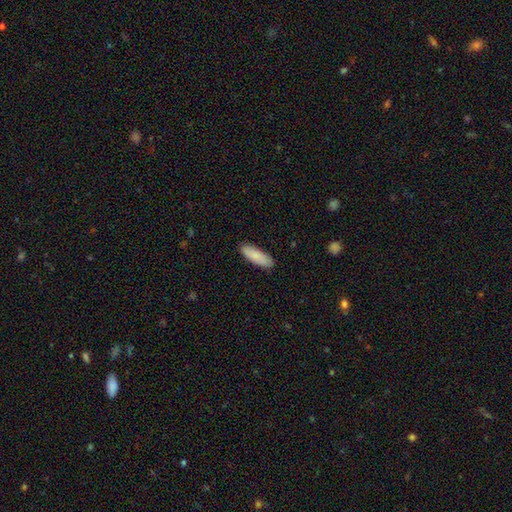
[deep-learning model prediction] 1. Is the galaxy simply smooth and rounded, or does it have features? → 87% smooth, 8% featured or disk, 5% star or artifact.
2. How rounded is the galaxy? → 54% in between, 45% cigar-shaped, 2% round.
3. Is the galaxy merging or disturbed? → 88% none, 9% minor disturbance, 2% major disturbance, 1% merger.